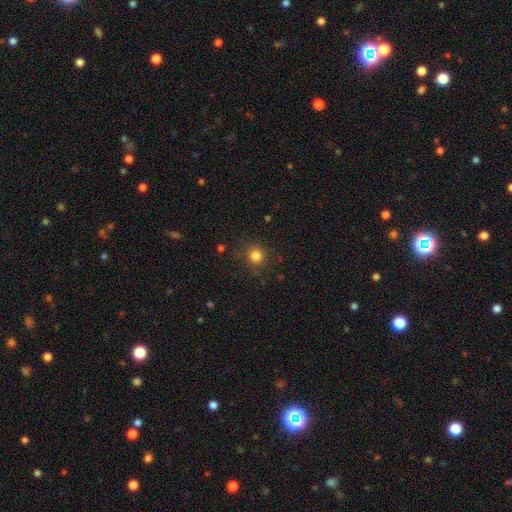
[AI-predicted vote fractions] Smooth or featured? smooth (82%)
How rounded? round (90%)
Merging? none (86%)